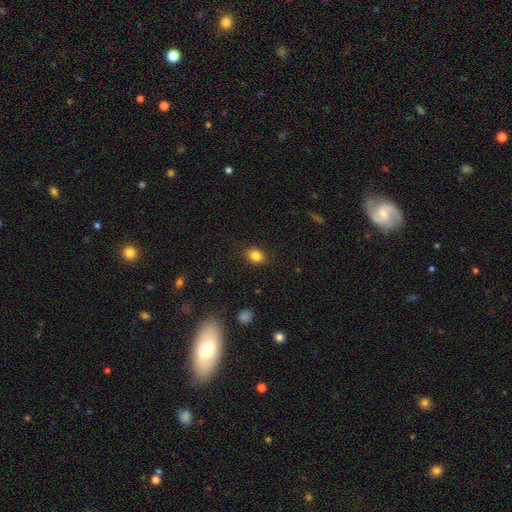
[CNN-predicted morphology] Smooth or featured? Predicted: smooth (p=0.85). How rounded? Predicted: in between (p=0.68). Merging? Predicted: none (p=0.85).